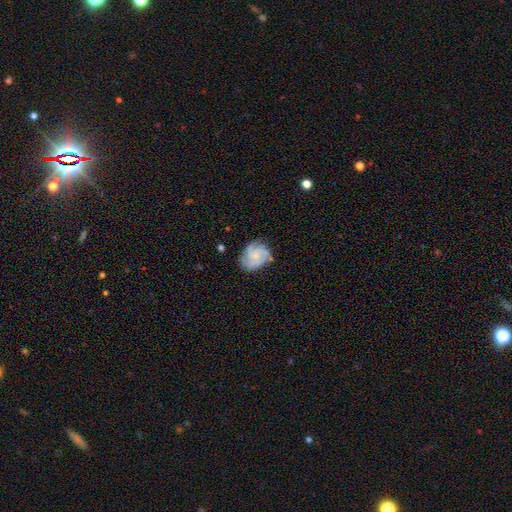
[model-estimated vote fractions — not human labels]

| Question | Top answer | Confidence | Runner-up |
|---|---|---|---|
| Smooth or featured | featured or disk | 73% | smooth (20%) |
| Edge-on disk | no | 98% | yes (2%) |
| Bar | no | 76% | weak (21%) |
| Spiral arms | yes | 95% | no (5%) |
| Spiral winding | tight | 50% | medium (39%) |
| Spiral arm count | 3 | 44% | 4 (21%) |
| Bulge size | small | 57% | none (22%) |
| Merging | none | 69% | minor disturbance (22%) |